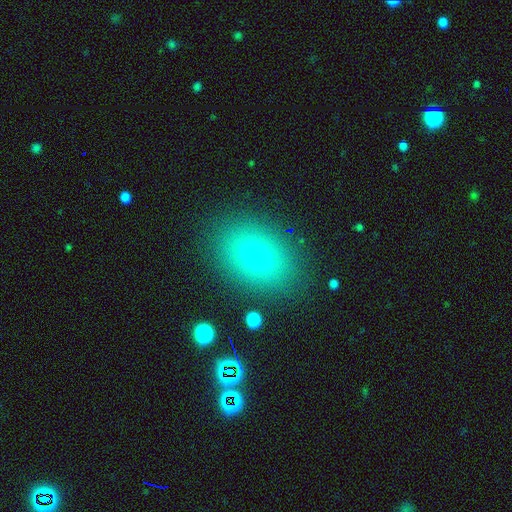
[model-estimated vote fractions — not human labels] The model was most divided on "how rounded": in between: 67%, round: 32%, cigar-shaped: 1%. More confident: merging — none (86%); smooth or featured — smooth (69%).